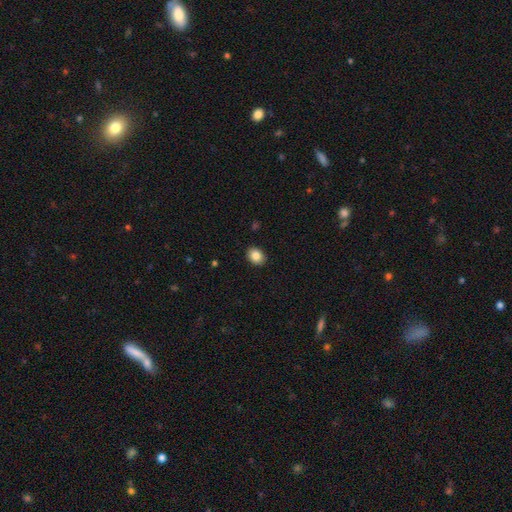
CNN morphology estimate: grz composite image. It shows a smooth galaxy with no disk features (86%) that is in between round and cigar-shaped (58%). Merging: none (90%).